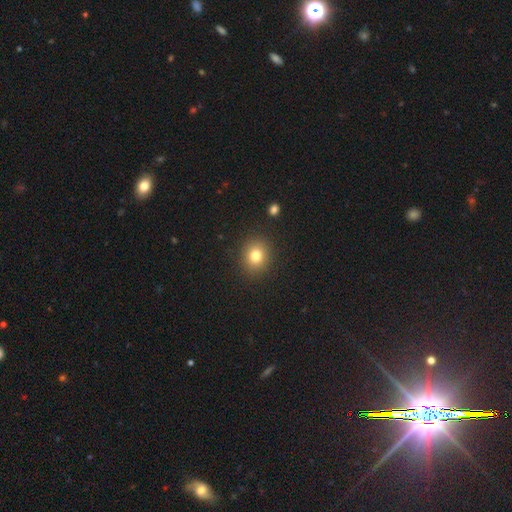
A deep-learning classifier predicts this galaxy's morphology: smooth-or-featured: smooth: 80% | star or artifact: 12% | featured or disk: 8%
  how-rounded: round: 76% | in between: 23% | cigar-shaped: 1%
  merging: none: 89% | minor disturbance: 7% | major disturbance: 2% | merger: 1%